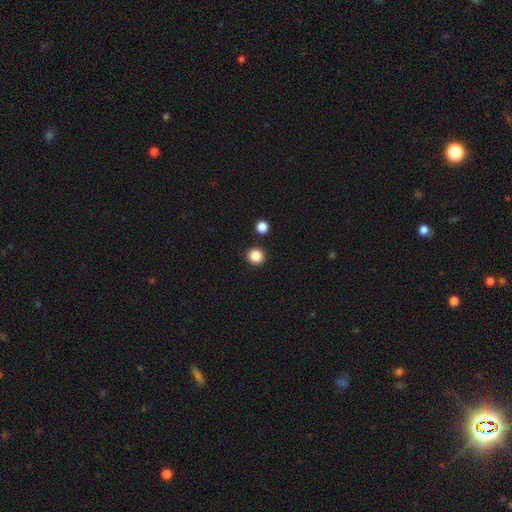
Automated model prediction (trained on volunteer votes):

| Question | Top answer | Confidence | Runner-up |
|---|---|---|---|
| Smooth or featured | smooth | 86% | star or artifact (11%) |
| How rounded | round | 94% | in between (5%) |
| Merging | none | 91% | minor disturbance (5%) |